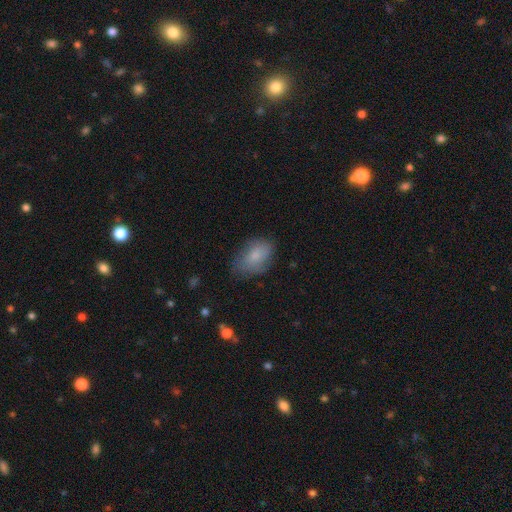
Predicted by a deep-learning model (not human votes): This is likely a smooth galaxy (78%). How rounded: clearly in between (88%). Merging: likely none (65%).